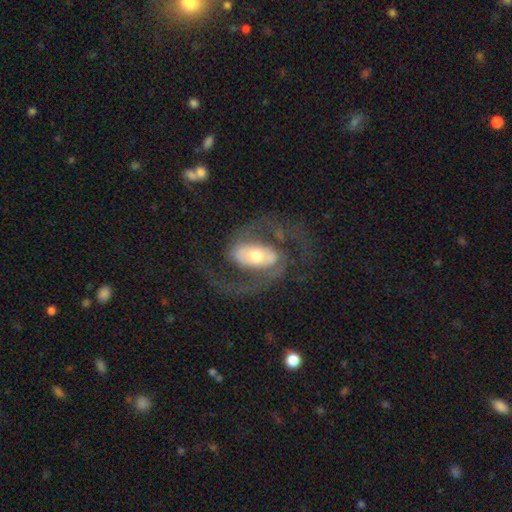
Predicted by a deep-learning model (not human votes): The model was most divided on "bar": strong: 40%, weak: 33%, no: 28%. More confident: edge-on disk — no (96%); spiral arms — yes (93%); spiral arm count — 2 (92%); smooth or featured — featured or disk (88%); merging — none (70%); bulge size — moderate (63%); spiral winding — medium (58%).